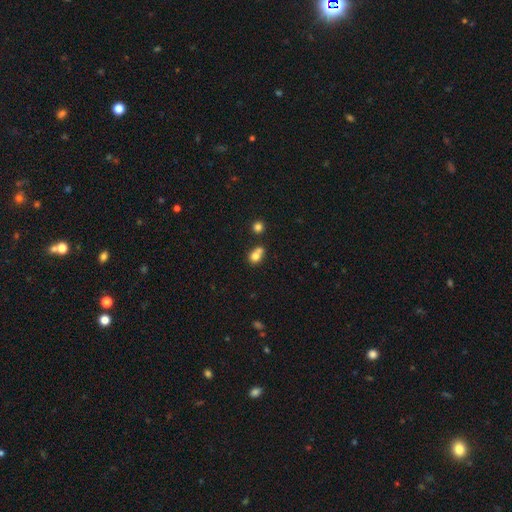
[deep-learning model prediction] Smooth or featured: smooth — 77% (featured or disk — 12%)
How rounded: round — 67% (in between — 32%)
Merging: merger — 50% (none — 37%)